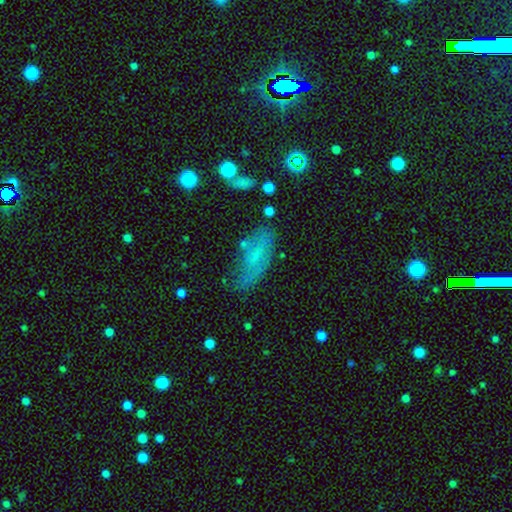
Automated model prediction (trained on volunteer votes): Smooth or featured? Predicted: smooth (p=0.57). How rounded? Predicted: in between (p=0.69). Merging? Predicted: none (p=0.58).